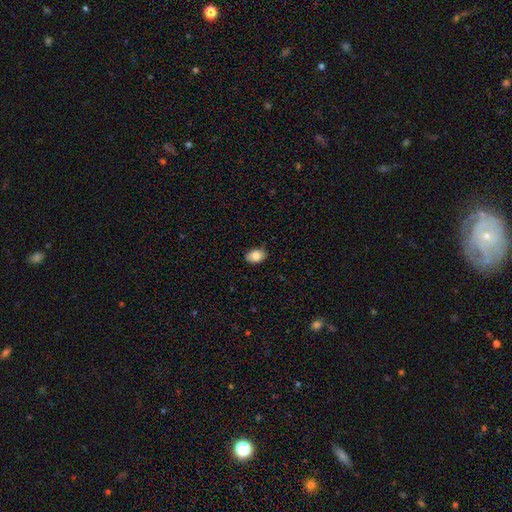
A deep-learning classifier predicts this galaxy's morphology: This appears to be a smooth galaxy with no disk features (82%) that is in between round and cigar-shaped (84%). Merging: none (83%).